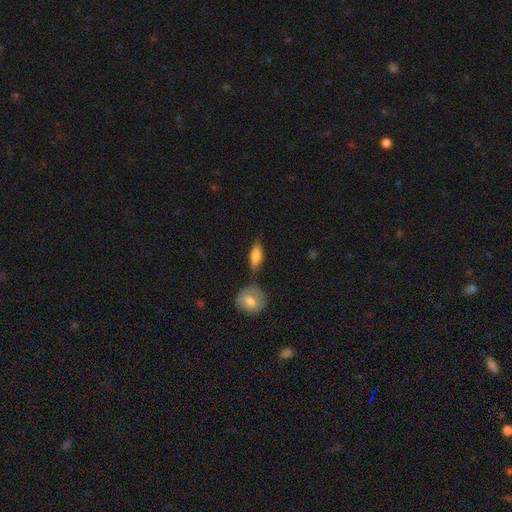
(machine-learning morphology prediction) A smooth galaxy with no disk features (76%) that is in between round and cigar-shaped (66%).

Vote fractions:
- Smooth or featured? smooth: 76% / featured or disk: 18% / star or artifact: 6%
- How rounded? in between: 66% / cigar-shaped: 29% / round: 5%
- Merging? none: 72% / minor disturbance: 16% / merger: 9% / major disturbance: 4%